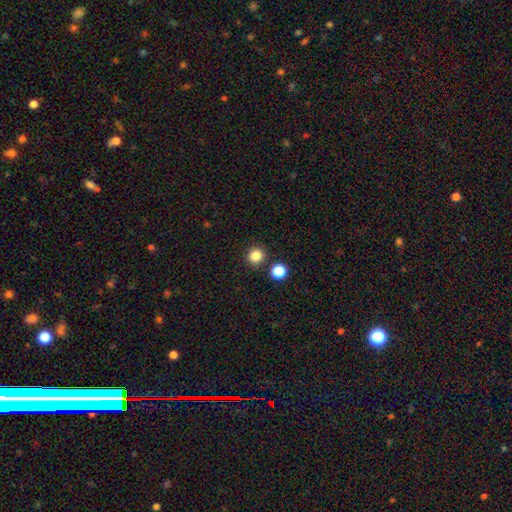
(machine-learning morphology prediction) The model was most divided on "smooth or featured": smooth: 84%, star or artifact: 13%, featured or disk: 4%. More confident: how rounded — round (92%); merging — none (87%).